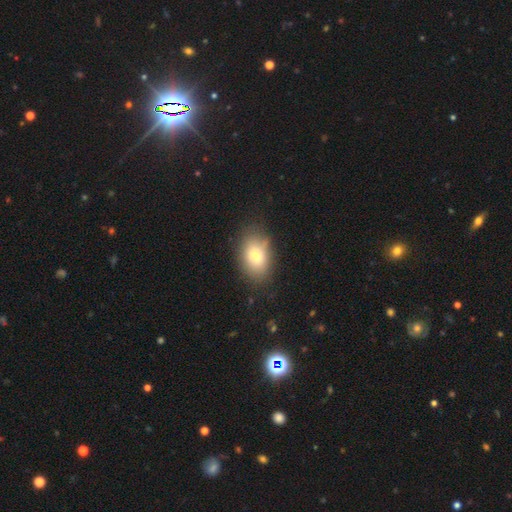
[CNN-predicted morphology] A smooth galaxy with no disk features (77%) that is in between round and cigar-shaped (86%).

Vote fractions:
- Smooth or featured? smooth: 77% / featured or disk: 14% / star or artifact: 9%
- How rounded? in between: 86% / round: 13% / cigar-shaped: 2%
- Merging? none: 75% / minor disturbance: 18% / major disturbance: 5% / merger: 2%